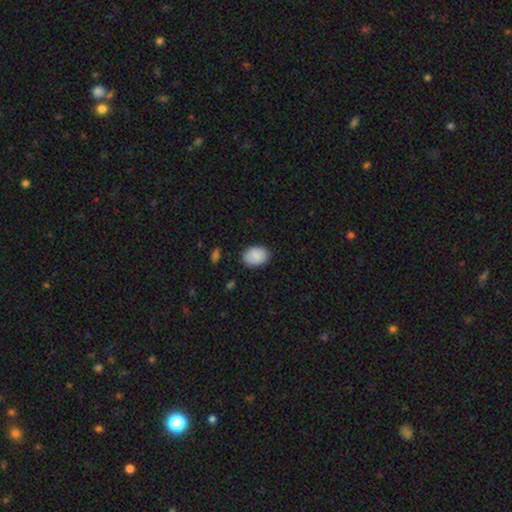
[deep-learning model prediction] Morphology: type=smooth (87%); roundness=in between (71%); merging=none (83%).